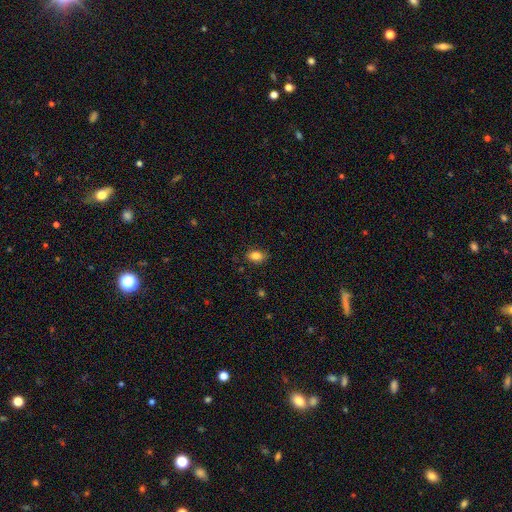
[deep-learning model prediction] A smooth galaxy with no disk features (84%) that is in between round and cigar-shaped (75%). Merging: none (84%).